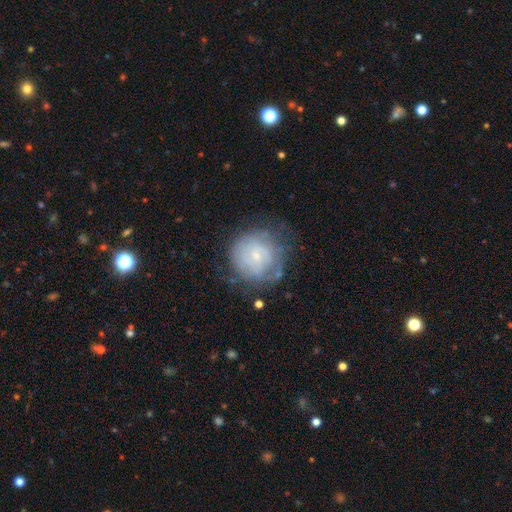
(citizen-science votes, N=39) Smooth or featured? 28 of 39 (72%) said featured or disk. Edge-on disk? 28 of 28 (100%) said no. Bar? 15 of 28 (54%) said weak. Spiral arms? 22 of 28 (79%) said yes. Spiral winding? 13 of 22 (59%) said tight. Spiral arm count? 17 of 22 (77%) said can't tell. Bulge size? 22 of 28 (79%) said small. Merging? 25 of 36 (69%) said none.